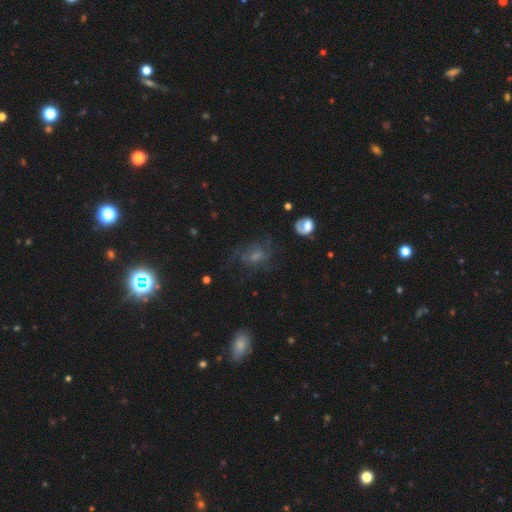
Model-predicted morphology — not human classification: A featured or disk galaxy (44%).

Vote fractions:
- Smooth or featured? featured or disk: 44% / smooth: 34% / star or artifact: 22%
- Merging? none: 50% / major disturbance: 26% / minor disturbance: 21% / merger: 3%